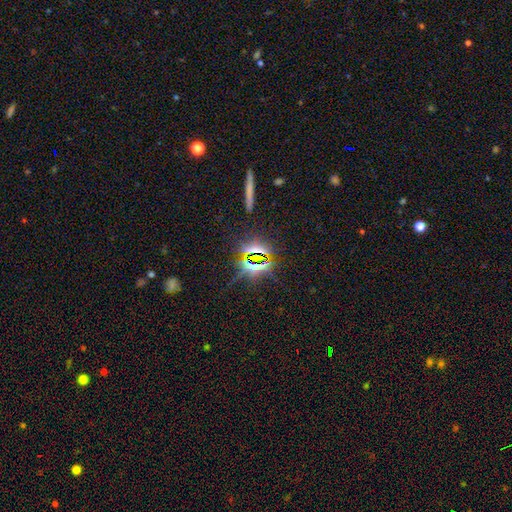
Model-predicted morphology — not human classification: The model was most divided on "smooth or featured": star or artifact: 76%, smooth: 13%, featured or disk: 11%.